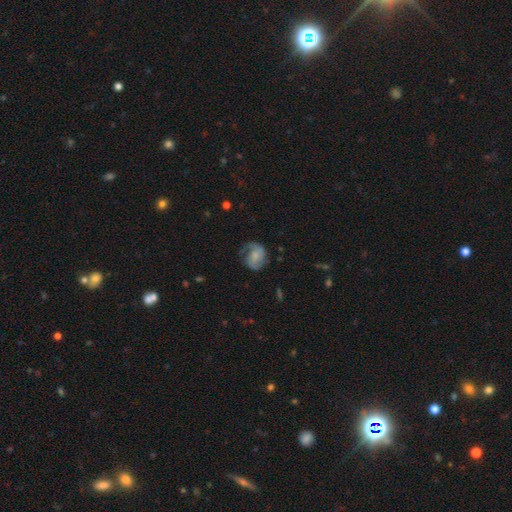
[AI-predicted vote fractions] This is likely a featured or disk galaxy (68%). It is clearly not viewed edge-on (98%). Bar: likely no (61%). Spiral arm pattern: clearly yes (91%). Spiral arm count: likely 2 (64%). Spiral winding: marginally medium (45%). Central bulge: marginally small (40%). Merging: possibly none (57%).